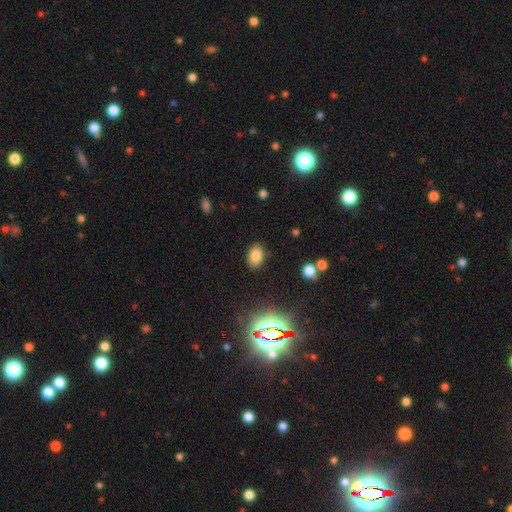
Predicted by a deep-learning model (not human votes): smooth_or_featured: smooth (p=0.80) [alt: star or artifact p=0.14]
how_rounded: in between (p=0.85) [alt: round p=0.13]
merging: none (p=0.86) [alt: minor disturbance p=0.10]